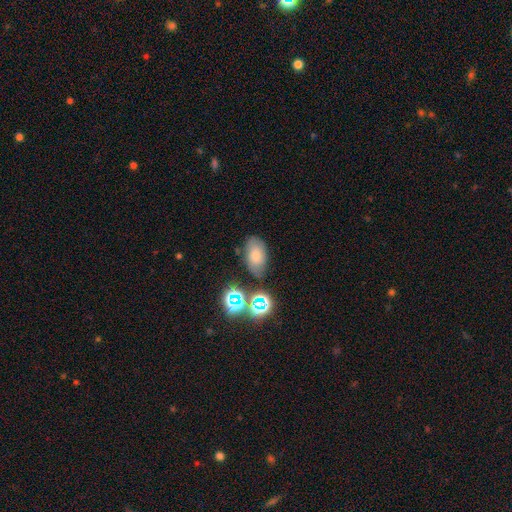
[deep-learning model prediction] A smooth galaxy with no disk features (68%) that is in between round and cigar-shaped (91%).

Vote fractions:
- Smooth or featured? smooth: 68% / star or artifact: 17% / featured or disk: 16%
- How rounded? in between: 91% / round: 7% / cigar-shaped: 2%
- Merging? none: 71% / minor disturbance: 16% / merger: 7% / major disturbance: 5%